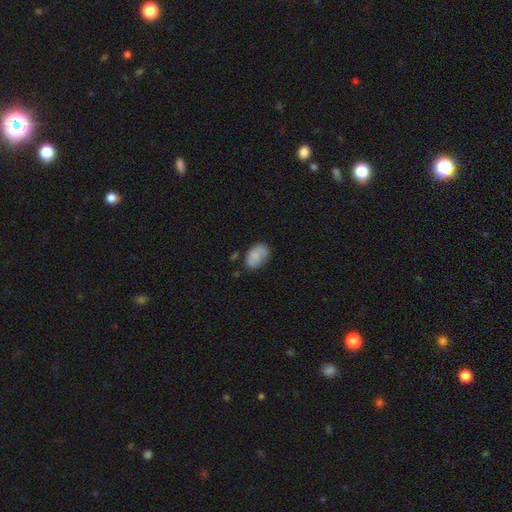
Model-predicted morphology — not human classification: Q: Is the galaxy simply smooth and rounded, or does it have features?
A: smooth — 78%.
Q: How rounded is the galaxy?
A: in between — 87%.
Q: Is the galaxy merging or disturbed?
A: none — 63%.